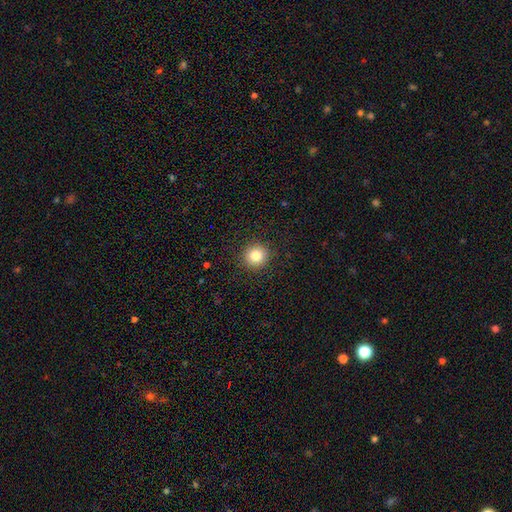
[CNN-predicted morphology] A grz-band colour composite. It shows a smooth galaxy with no disk features (83%) that is round (94%). Merging: none (92%).